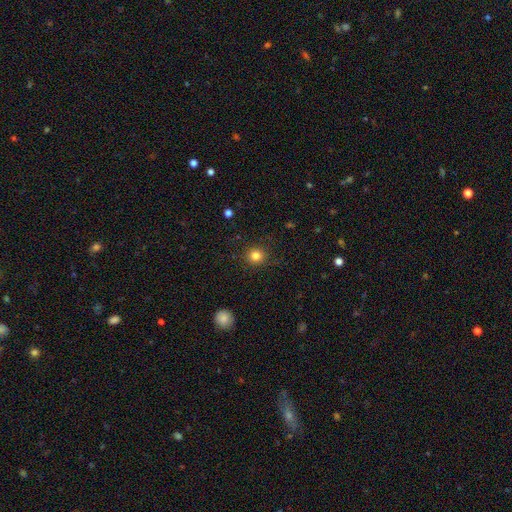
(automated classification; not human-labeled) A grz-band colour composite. It shows a smooth galaxy with no disk features (82%) that is round (92%). Merging: none (88%).